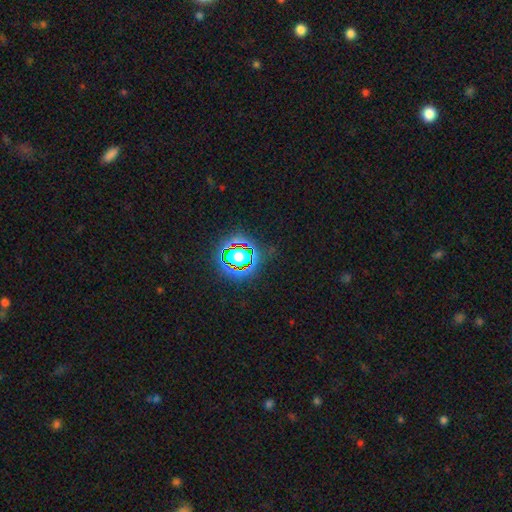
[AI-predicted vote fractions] A star or artifact, not a galaxy (80%).

Vote fractions:
- Smooth or featured? star or artifact: 80% / smooth: 12% / featured or disk: 8%